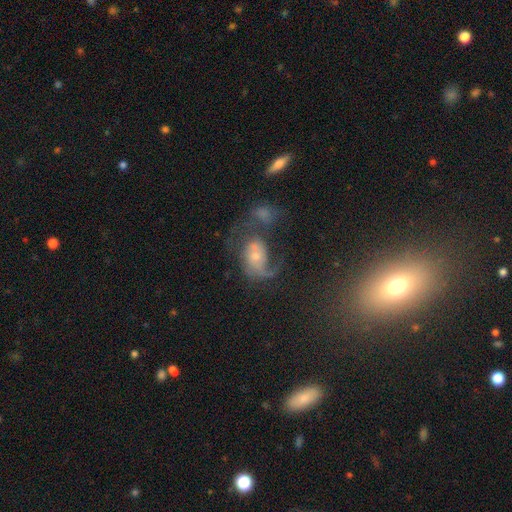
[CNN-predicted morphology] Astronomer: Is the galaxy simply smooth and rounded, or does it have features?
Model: featured or disk — 62%.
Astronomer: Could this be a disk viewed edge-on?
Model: no — 96%.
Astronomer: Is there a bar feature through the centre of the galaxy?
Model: no — 72%.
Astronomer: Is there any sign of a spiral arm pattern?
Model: yes — 79%.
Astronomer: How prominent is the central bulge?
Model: small — 46% (runner-up: moderate, 40%).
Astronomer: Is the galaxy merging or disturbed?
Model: major disturbance — 33% (runner-up: merger, 30%).